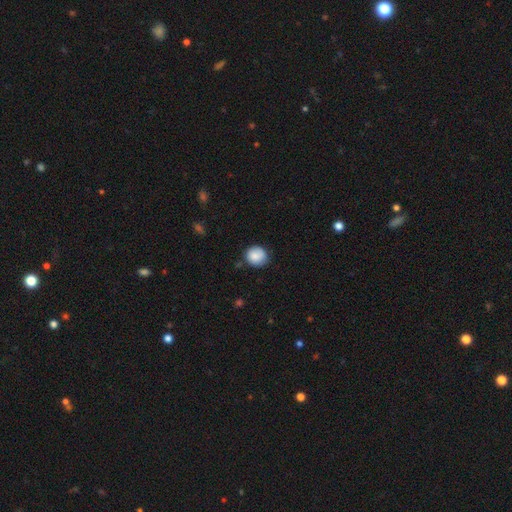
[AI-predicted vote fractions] Overall: smooth (83%). How rounded: round (85%). Merging: none (75%).